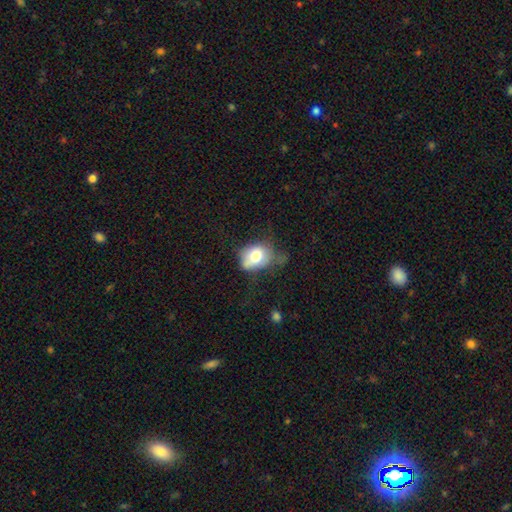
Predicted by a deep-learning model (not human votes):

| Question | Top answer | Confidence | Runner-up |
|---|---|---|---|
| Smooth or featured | smooth | 72% | featured or disk (19%) |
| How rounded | in between | 58% | round (41%) |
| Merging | none | 40% | minor disturbance (35%) |